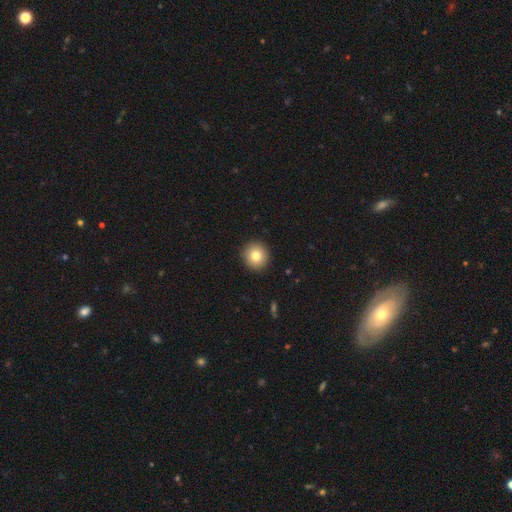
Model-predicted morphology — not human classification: smooth-or-featured: smooth: 80% | star or artifact: 10% | featured or disk: 10%
  how-rounded: round: 94% | in between: 5% | cigar-shaped: 1%
  merging: none: 92% | minor disturbance: 5% | major disturbance: 2% | merger: 1%